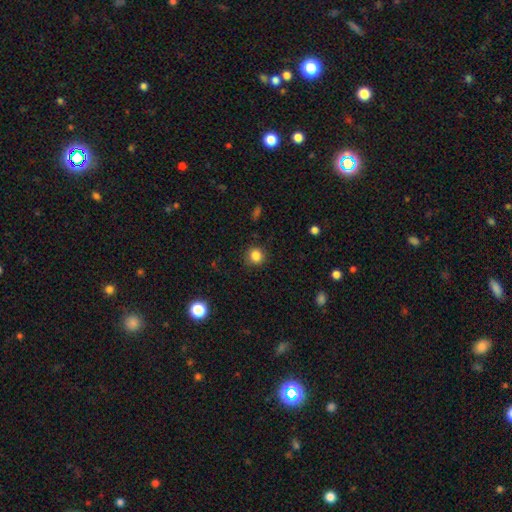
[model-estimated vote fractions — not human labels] Smooth or featured?
  - smooth: 84% *
  - star or artifact: 12%
  - featured or disk: 4%
How rounded?
  - round: 89% *
  - in between: 10%
  - cigar-shaped: 1%
Merging?
  - none: 87% *
  - minor disturbance: 9%
  - major disturbance: 3%
  - merger: 1%